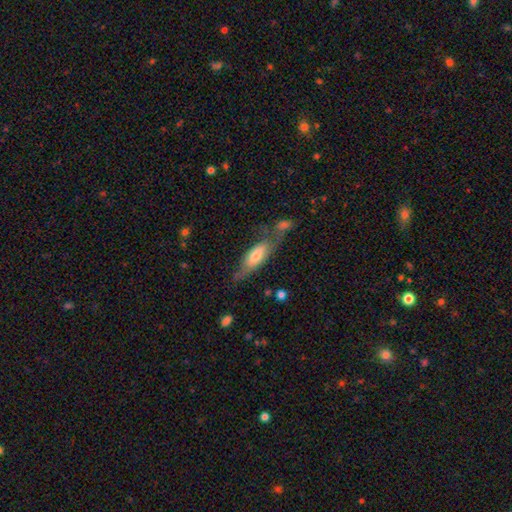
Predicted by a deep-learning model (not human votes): This is possibly a smooth galaxy (58%). How rounded: likely in between (63%). Merging: marginally none (41%).